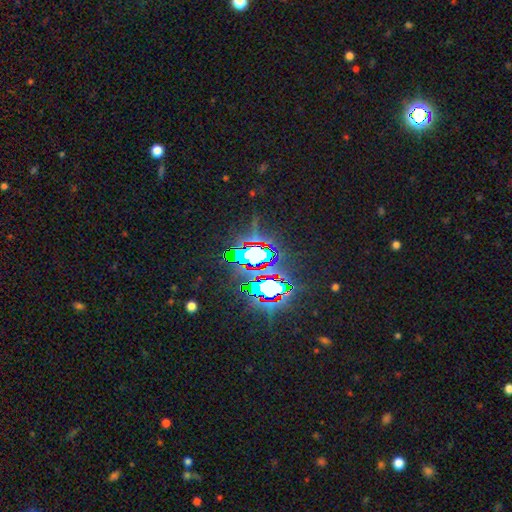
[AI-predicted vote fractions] Q: Smooth or featured?
A: star or artifact (76%); runner-up: smooth (13%)